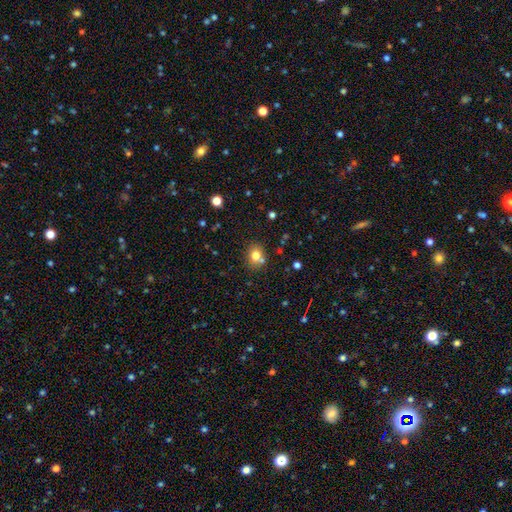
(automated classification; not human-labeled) Morphology: type=smooth (78%); roundness=round (61%); merging=none (70%).